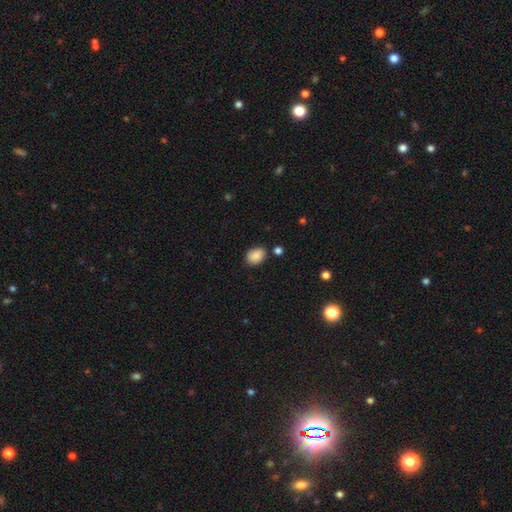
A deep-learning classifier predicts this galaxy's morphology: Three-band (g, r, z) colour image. It shows a smooth galaxy with no disk features (88%) that is in between round and cigar-shaped (73%). Merging: none (77%).